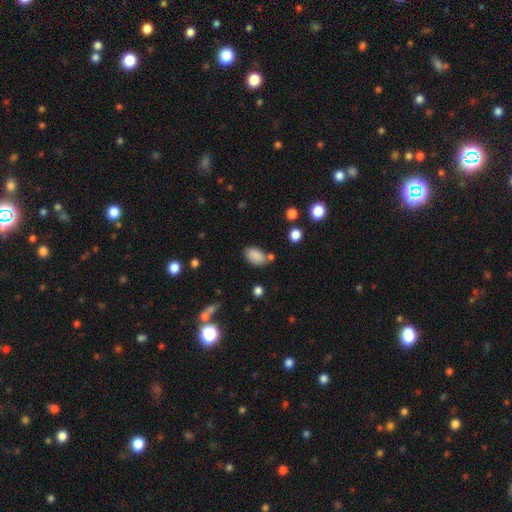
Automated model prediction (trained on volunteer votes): Smooth or featured: smooth — 86% (star or artifact — 9%)
How rounded: in between — 90% (round — 8%)
Merging: none — 70% (minor disturbance — 16%)